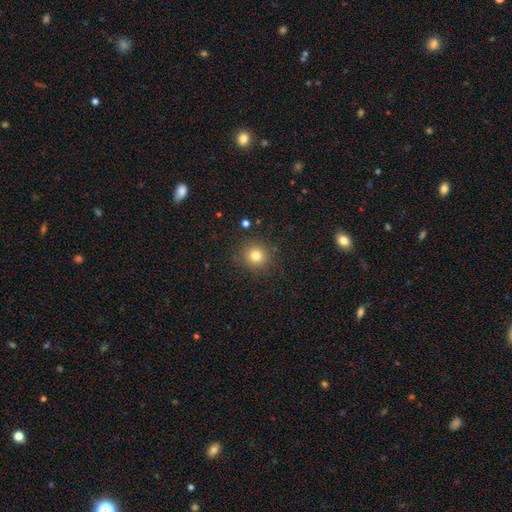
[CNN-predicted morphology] Overall: smooth (81%). How rounded: round (91%). Merging: none (88%).